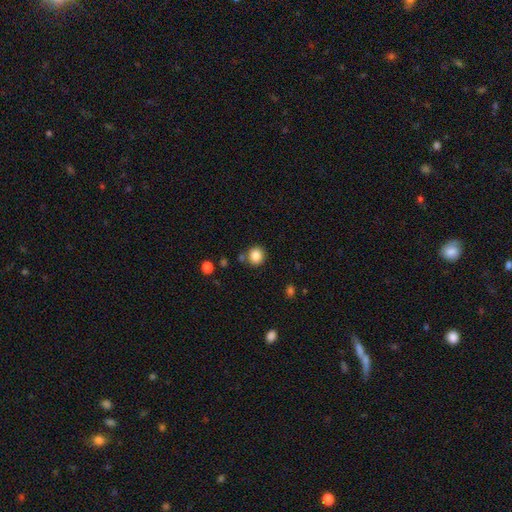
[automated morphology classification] A smooth galaxy with no disk features (85%) that is round (87%).

Vote fractions:
- Smooth or featured? smooth: 85% / star or artifact: 10% / featured or disk: 5%
- How rounded? round: 87% / in between: 12% / cigar-shaped: 1%
- Merging? none: 82% / minor disturbance: 9% / merger: 7% / major disturbance: 3%